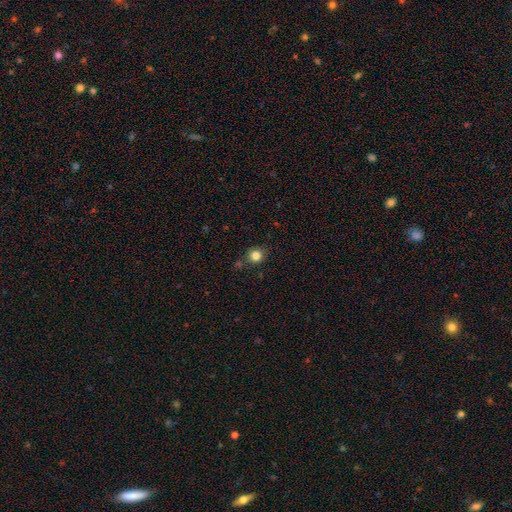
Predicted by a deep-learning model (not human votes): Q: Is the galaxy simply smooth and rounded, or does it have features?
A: smooth — 82%.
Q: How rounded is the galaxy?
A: round — 86%.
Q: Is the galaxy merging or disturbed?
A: none — 79%.